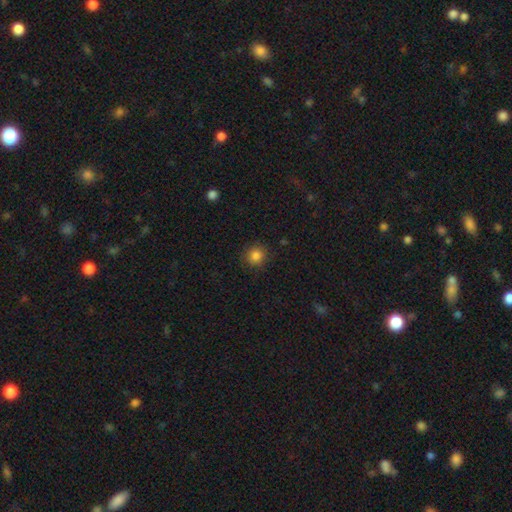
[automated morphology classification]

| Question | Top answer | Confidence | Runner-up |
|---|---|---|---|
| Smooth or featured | smooth | 84% | star or artifact (12%) |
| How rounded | round | 93% | in between (6%) |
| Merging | none | 89% | minor disturbance (8%) |